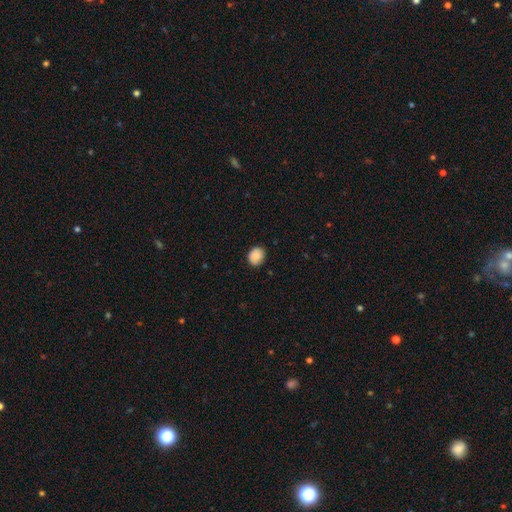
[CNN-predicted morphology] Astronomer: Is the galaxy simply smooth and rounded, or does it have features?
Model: smooth — 86%.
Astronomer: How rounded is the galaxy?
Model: round — 66%.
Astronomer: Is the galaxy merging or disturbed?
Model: none — 84%.